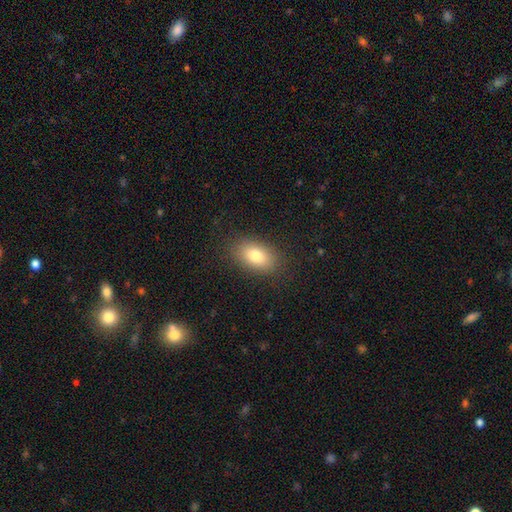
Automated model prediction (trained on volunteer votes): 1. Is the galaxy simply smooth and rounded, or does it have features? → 79% smooth, 12% featured or disk, 9% star or artifact.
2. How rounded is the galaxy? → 87% in between, 11% round, 2% cigar-shaped.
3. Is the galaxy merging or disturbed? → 86% none, 10% minor disturbance, 3% major disturbance, 1% merger.